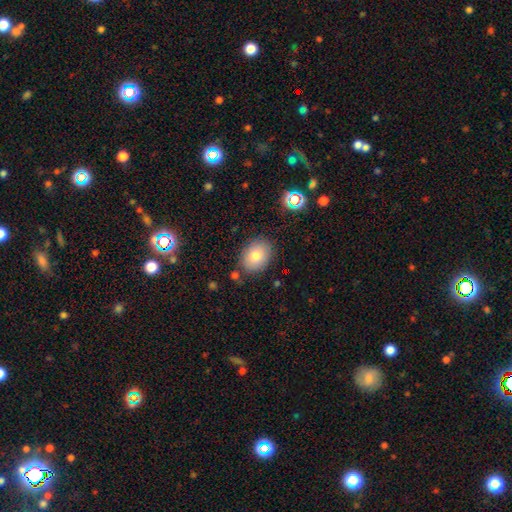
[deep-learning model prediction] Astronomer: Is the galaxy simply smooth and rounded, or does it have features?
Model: smooth — 79%.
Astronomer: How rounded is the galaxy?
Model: in between — 64%.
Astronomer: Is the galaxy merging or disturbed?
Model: none — 83%.